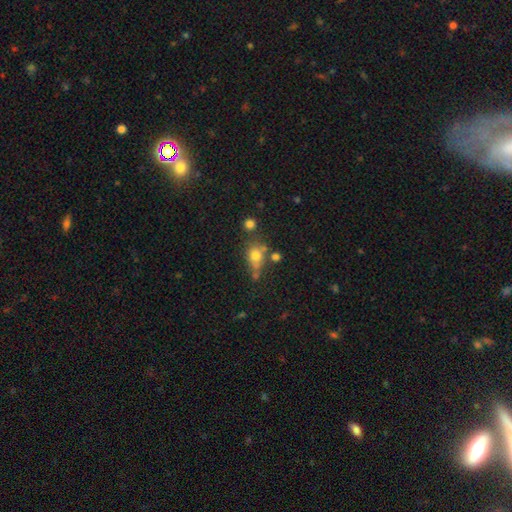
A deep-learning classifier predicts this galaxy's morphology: Q: Smooth or featured?
A: smooth (72%); runner-up: featured or disk (15%)
Q: How rounded?
A: round (49%); runner-up: in between (48%)
Q: Merging?
A: none (45%); runner-up: merger (25%)